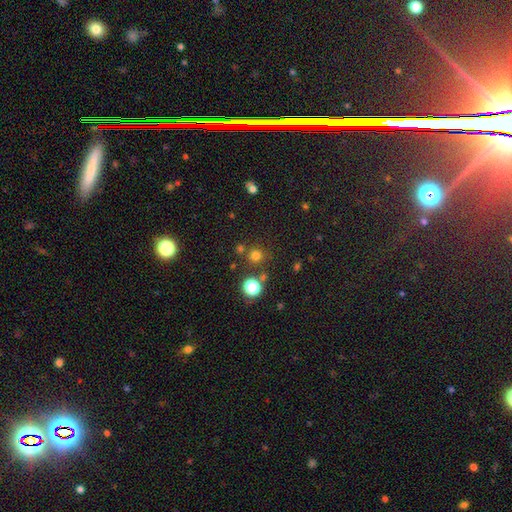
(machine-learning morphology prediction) A smooth galaxy with no disk features (72%) that is round (92%). Merging: none (79%).